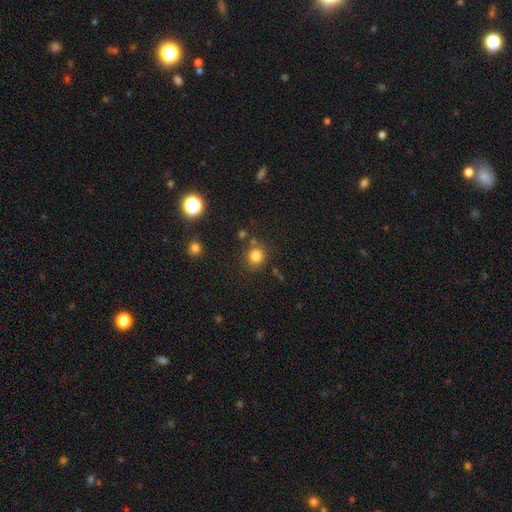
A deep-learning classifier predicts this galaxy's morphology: Smooth or featured: smooth — 81% (star or artifact — 13%)
How rounded: round — 87% (in between — 12%)
Merging: none — 79% (minor disturbance — 10%)